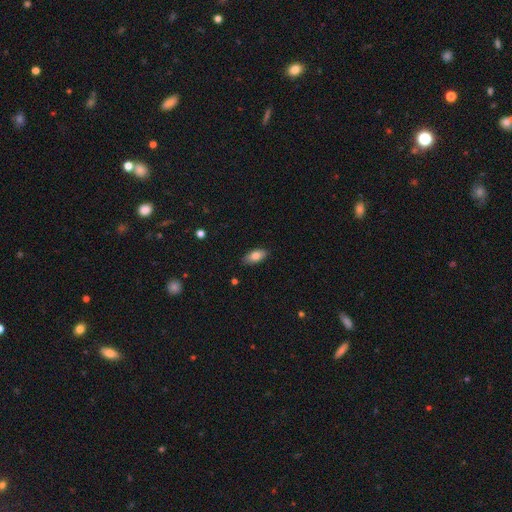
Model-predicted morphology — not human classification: Q: Smooth or featured?
A: smooth (82%); runner-up: featured or disk (11%)
Q: How rounded?
A: in between (89%); runner-up: cigar-shaped (8%)
Q: Merging?
A: none (86%); runner-up: minor disturbance (10%)